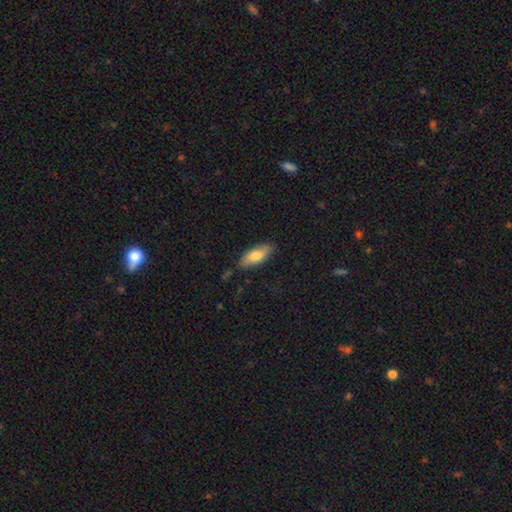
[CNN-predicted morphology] This is likely a smooth galaxy (74%). How rounded: likely in between (74%). Merging: clearly none (83%).